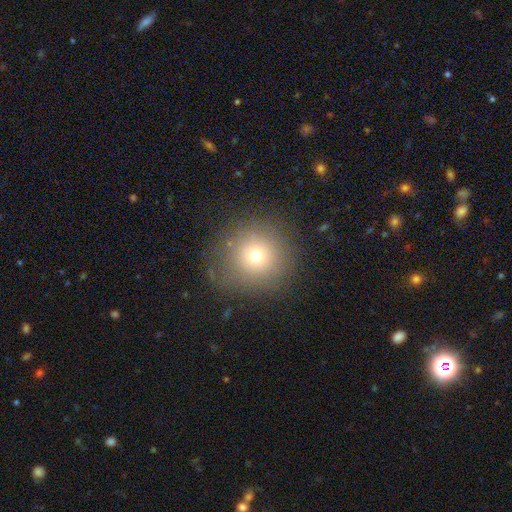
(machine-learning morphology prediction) A smooth galaxy with no disk features (70%) that is round (93%).

Vote fractions:
- Smooth or featured? smooth: 70% / star or artifact: 17% / featured or disk: 13%
- How rounded? round: 93% / in between: 6% / cigar-shaped: 1%
- Merging? none: 83% / minor disturbance: 10% / major disturbance: 5% / merger: 1%